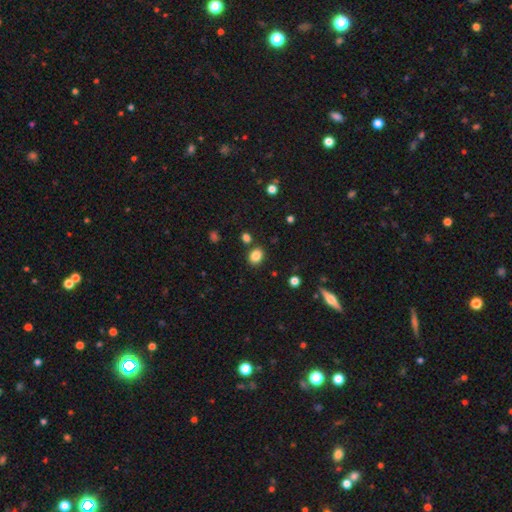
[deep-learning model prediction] smooth_or_featured: smooth (p=0.84) [alt: star or artifact p=0.11]
how_rounded: round (p=0.51) [alt: in between p=0.48]
merging: none (p=0.81) [alt: minor disturbance p=0.09]